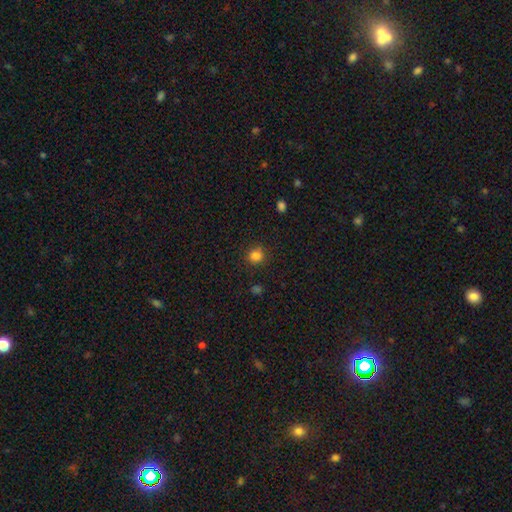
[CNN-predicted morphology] A smooth galaxy with no disk features (83%) that is round (89%).

Vote fractions:
- Smooth or featured? smooth: 83% / star or artifact: 13% / featured or disk: 4%
- How rounded? round: 89% / in between: 10% / cigar-shaped: 1%
- Merging? none: 87% / minor disturbance: 8% / major disturbance: 3% / merger: 2%